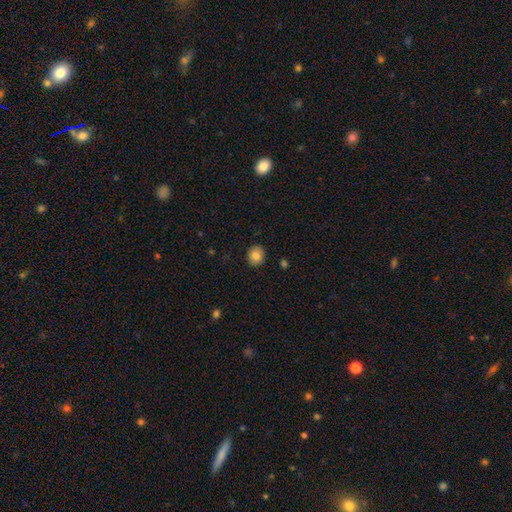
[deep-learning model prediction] This appears to be a smooth galaxy with no disk features (83%) that is round (75%). Merging: none (89%).